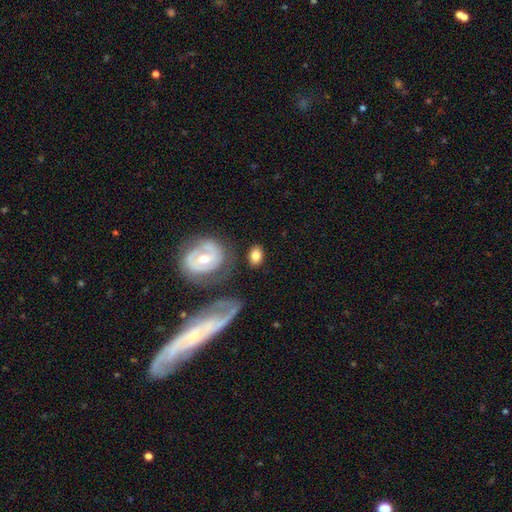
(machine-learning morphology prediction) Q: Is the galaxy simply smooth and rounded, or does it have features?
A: smooth — 72%.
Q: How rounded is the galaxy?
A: in between — 80%.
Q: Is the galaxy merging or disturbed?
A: none — 71%.